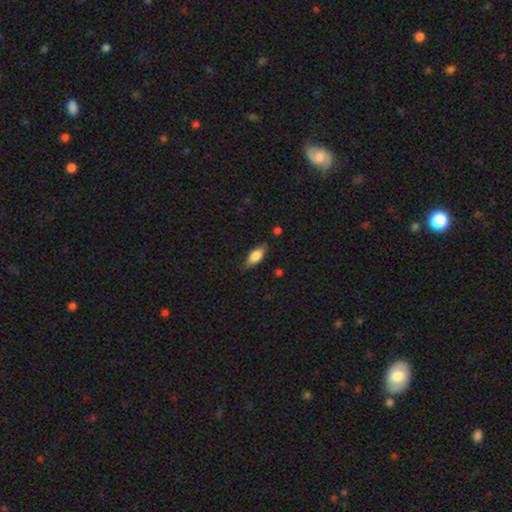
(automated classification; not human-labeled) Morphology: type=smooth (69%); roundness=in between (77%); merging=none (78%).